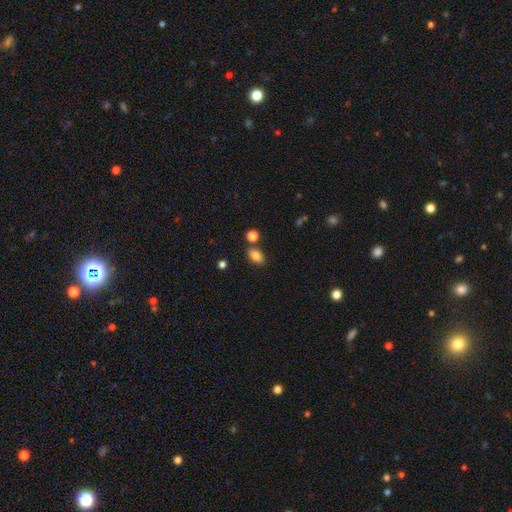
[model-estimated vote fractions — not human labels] A smooth galaxy with no disk features (84%) that is in between round and cigar-shaped (83%). Merging: none (77%).